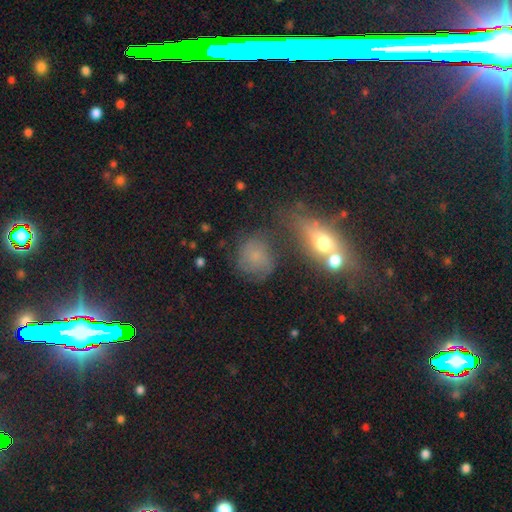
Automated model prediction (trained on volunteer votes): smooth_or_featured: smooth (p=0.51) [alt: featured or disk p=0.32]
how_rounded: round (p=0.67) [alt: in between p=0.30]
merging: none (p=0.55) [alt: minor disturbance p=0.21]